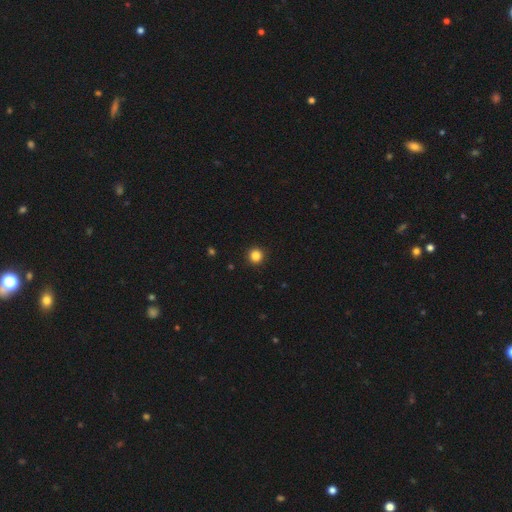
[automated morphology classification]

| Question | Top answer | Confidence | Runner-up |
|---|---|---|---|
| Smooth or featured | smooth | 85% | star or artifact (12%) |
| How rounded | round | 95% | in between (4%) |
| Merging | none | 93% | minor disturbance (4%) |